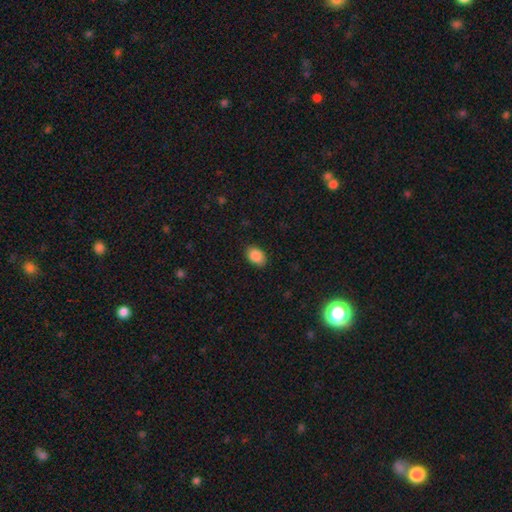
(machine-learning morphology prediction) type=smooth (88%); roundness=in between (81%); merging=none (87%).